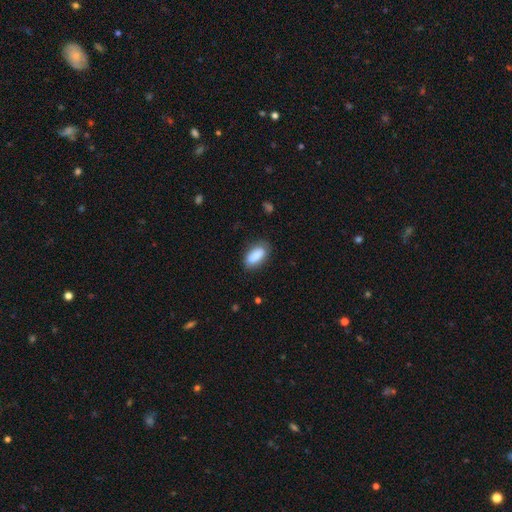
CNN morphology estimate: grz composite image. It shows a smooth galaxy with no disk features (88%) that is in between round and cigar-shaped (88%). Merging: none (81%).